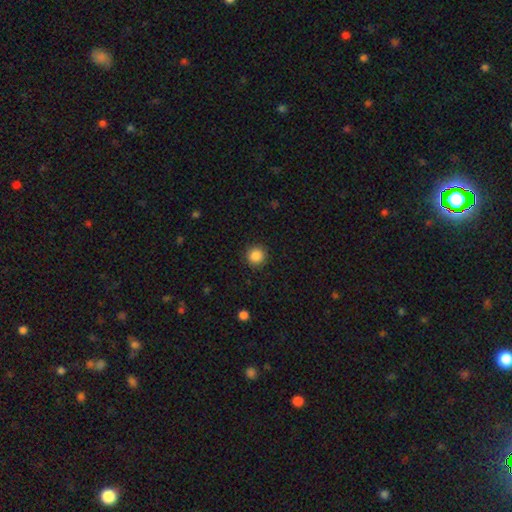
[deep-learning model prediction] Smooth or featured?
  - smooth: 87% *
  - star or artifact: 10%
  - featured or disk: 3%
How rounded?
  - round: 94% *
  - in between: 5%
  - cigar-shaped: 1%
Merging?
  - none: 91% *
  - minor disturbance: 6%
  - major disturbance: 2%
  - merger: 1%